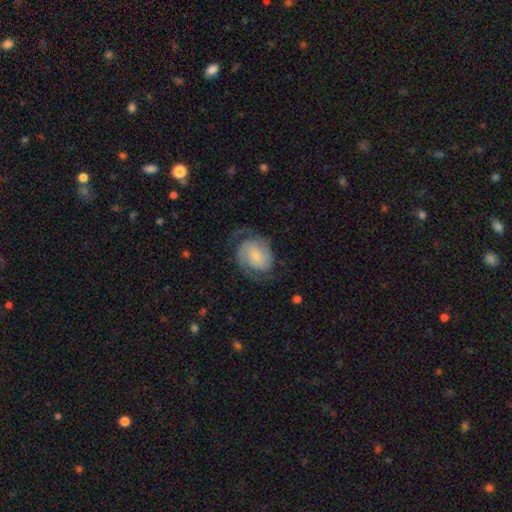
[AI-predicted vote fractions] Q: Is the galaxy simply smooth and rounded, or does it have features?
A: featured or disk — 73%.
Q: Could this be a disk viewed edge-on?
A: no — 98%.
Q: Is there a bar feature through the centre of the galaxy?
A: no — 62%.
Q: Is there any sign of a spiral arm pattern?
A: yes — 92%.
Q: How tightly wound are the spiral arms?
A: medium — 44%.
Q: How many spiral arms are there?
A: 2 — 81%.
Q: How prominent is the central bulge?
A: small — 67%.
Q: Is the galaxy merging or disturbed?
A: none — 62%.